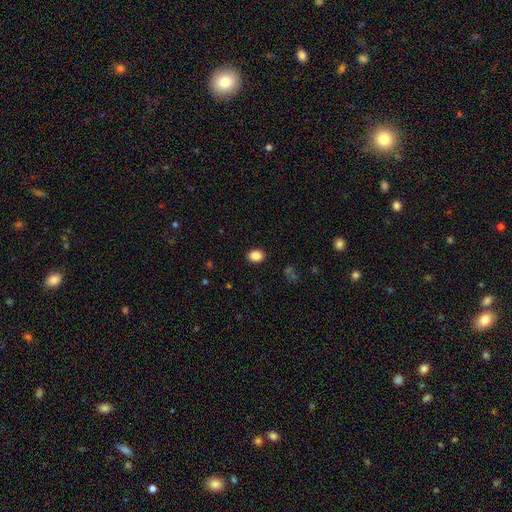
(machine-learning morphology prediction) Smooth or featured? smooth (86%)
How rounded? in between (58%)
Merging? none (90%)